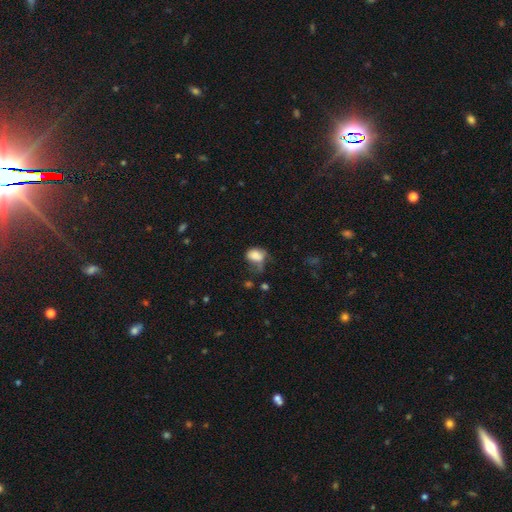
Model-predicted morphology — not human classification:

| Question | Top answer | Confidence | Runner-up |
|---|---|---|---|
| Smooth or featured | smooth | 77% | featured or disk (13%) |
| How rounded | in between | 70% | round (29%) |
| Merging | major disturbance | 33% | minor disturbance (32%) |